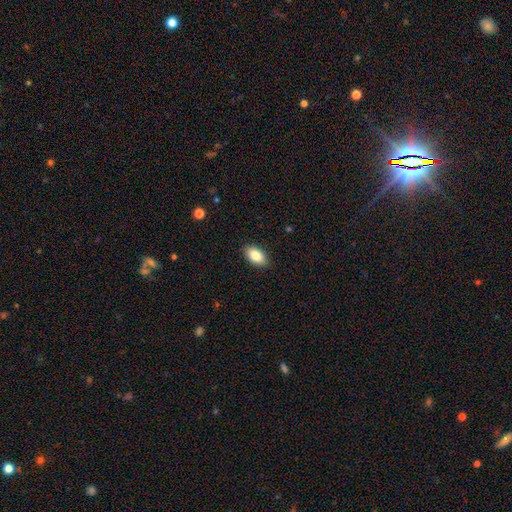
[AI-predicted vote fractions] Smooth or featured? smooth (84%)
How rounded? in between (93%)
Merging? none (89%)